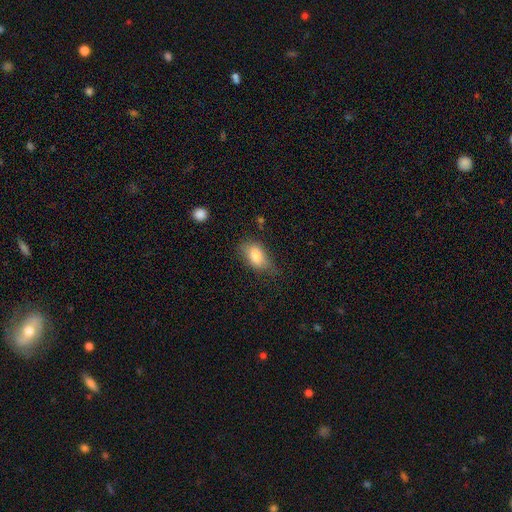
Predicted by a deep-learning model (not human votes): smooth 81%, featured or disk 12%, star or artifact 8%. Down the decision tree: how rounded — in between (88%); merging — none (59%).